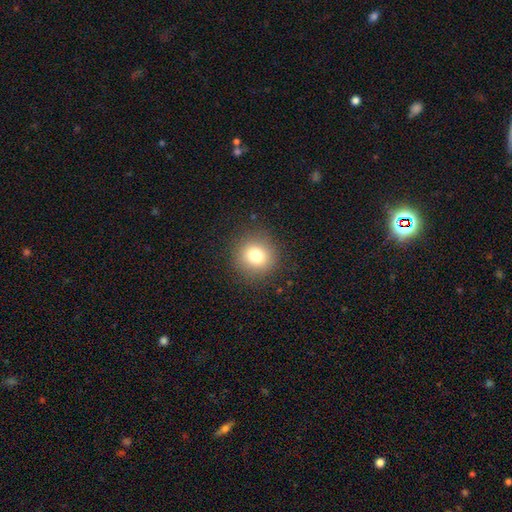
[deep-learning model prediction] smooth-or-featured: smooth: 78% | star or artifact: 13% | featured or disk: 9%
  how-rounded: round: 91% | in between: 8% | cigar-shaped: 1%
  merging: none: 89% | minor disturbance: 7% | major disturbance: 3% | merger: 1%